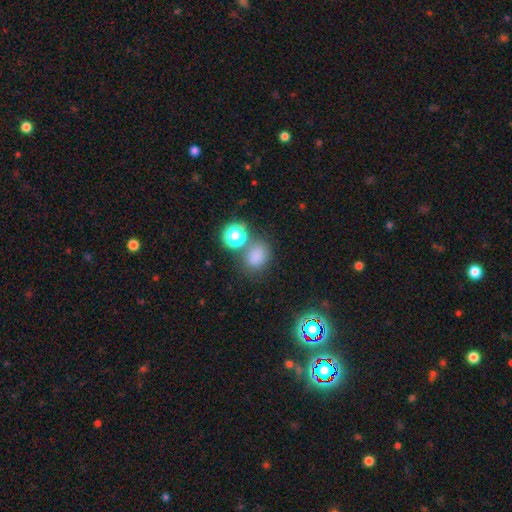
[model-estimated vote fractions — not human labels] Morphology: type=smooth (77%); roundness=round (57%); merging=none (65%).